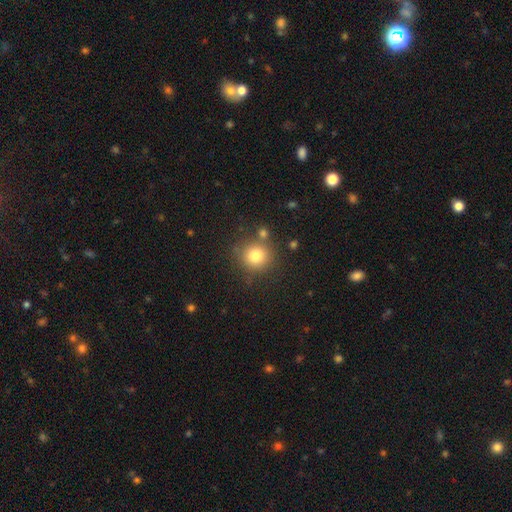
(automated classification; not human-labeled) Overall: smooth (80%). How rounded: round (90%). Merging: none (75%).